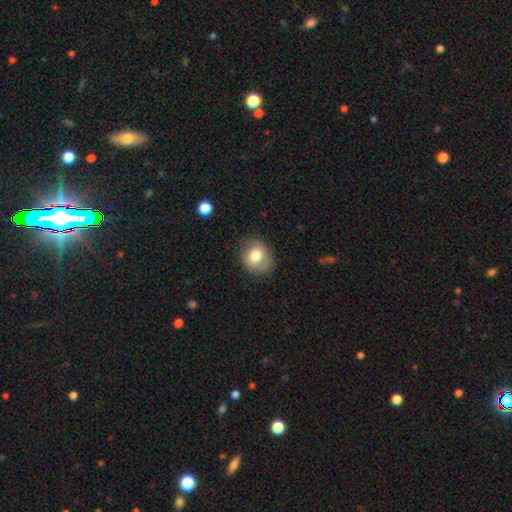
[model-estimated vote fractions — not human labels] Smooth or featured? Predicted: smooth (p=0.77). How rounded? Predicted: round (p=0.61). Merging? Predicted: none (p=0.76).